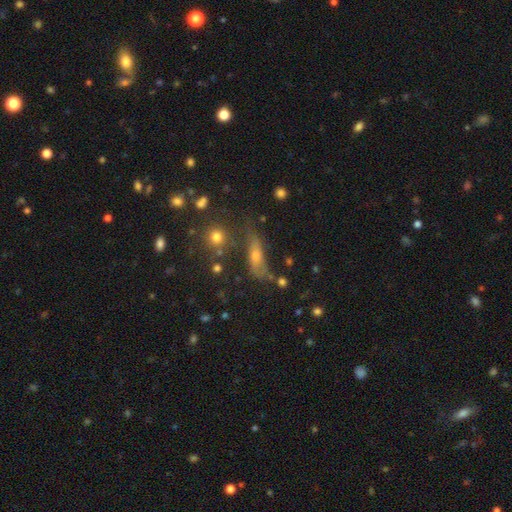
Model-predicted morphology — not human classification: smooth_or_featured: smooth (p=0.48) [alt: featured or disk p=0.34]
merging: none (p=0.52) [alt: minor disturbance p=0.22]